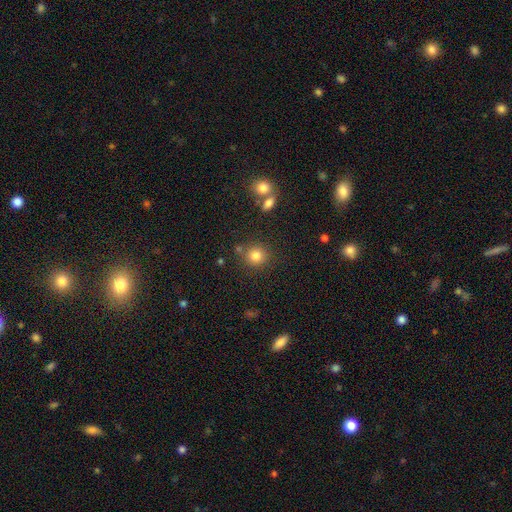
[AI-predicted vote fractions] Smooth or featured?
  - smooth: 81% *
  - star or artifact: 12%
  - featured or disk: 7%
How rounded?
  - round: 90% *
  - in between: 9%
  - cigar-shaped: 1%
Merging?
  - none: 79% *
  - minor disturbance: 9%
  - merger: 8%
  - major disturbance: 4%